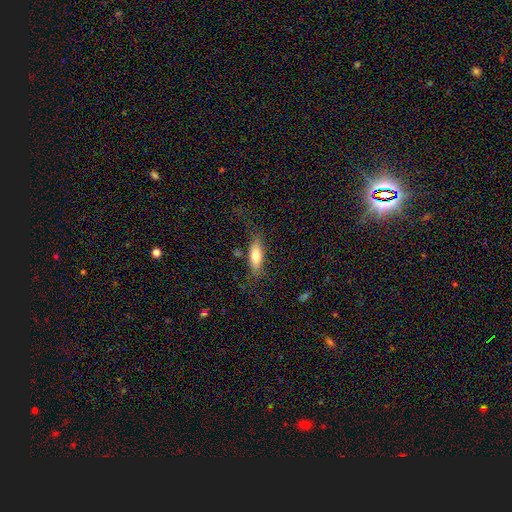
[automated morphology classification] A smooth galaxy with no disk features (70%) that is in between round and cigar-shaped (63%).

Vote fractions:
- Smooth or featured? smooth: 70% / featured or disk: 23% / star or artifact: 7%
- How rounded? in between: 63% / cigar-shaped: 34% / round: 3%
- Merging? none: 70% / minor disturbance: 19% / major disturbance: 9% / merger: 3%